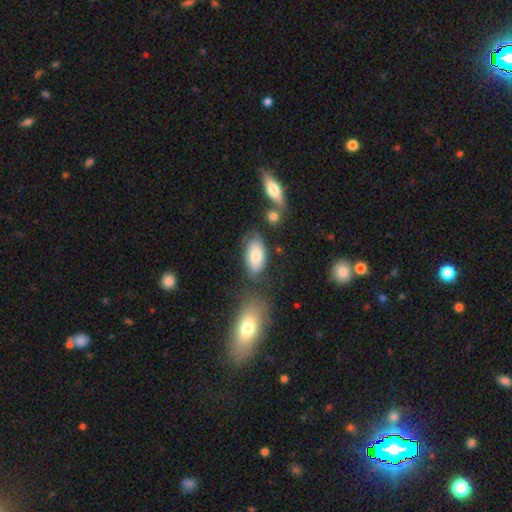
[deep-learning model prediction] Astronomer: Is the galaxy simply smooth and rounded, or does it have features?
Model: smooth — 71%.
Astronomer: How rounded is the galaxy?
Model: in between — 93%.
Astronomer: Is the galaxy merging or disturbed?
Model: none — 63%.